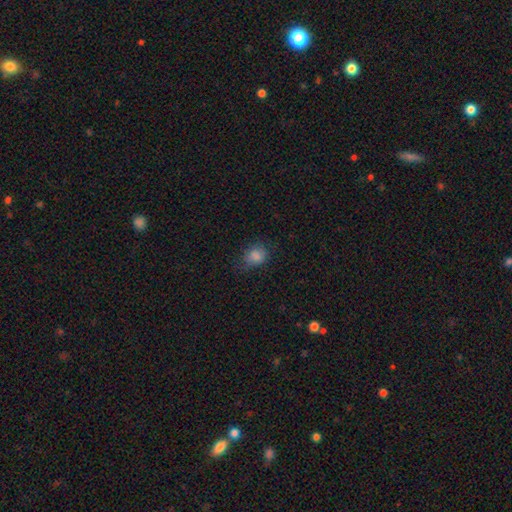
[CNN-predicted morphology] Overall: smooth (82%). How rounded: round (52%; in between 47%). Merging: none (58%; minor disturbance 29%).